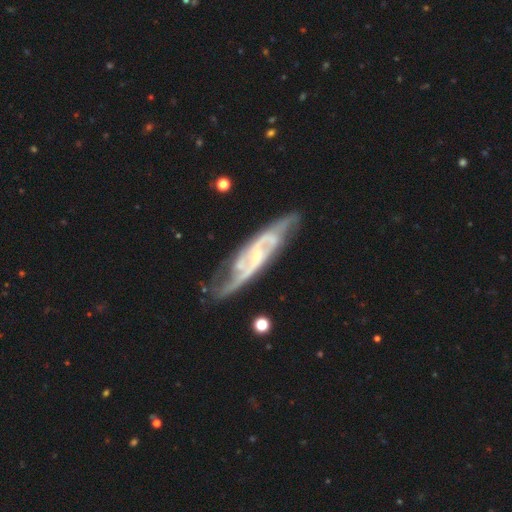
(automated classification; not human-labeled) This appears to be a featured or disk galaxy (88%) with a weak bar (44%), 2 (67%) medium (50%) spiral arms (96%) and a small central bulge (50%). Merging: none (70%).